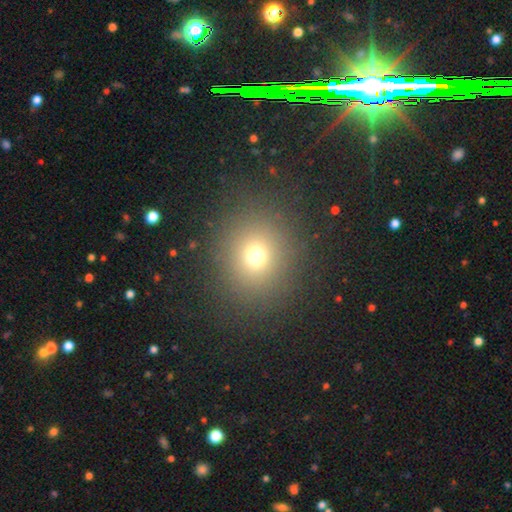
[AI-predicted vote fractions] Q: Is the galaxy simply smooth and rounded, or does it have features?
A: smooth — 69%.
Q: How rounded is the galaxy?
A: round — 85%.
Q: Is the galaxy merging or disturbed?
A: none — 86%.